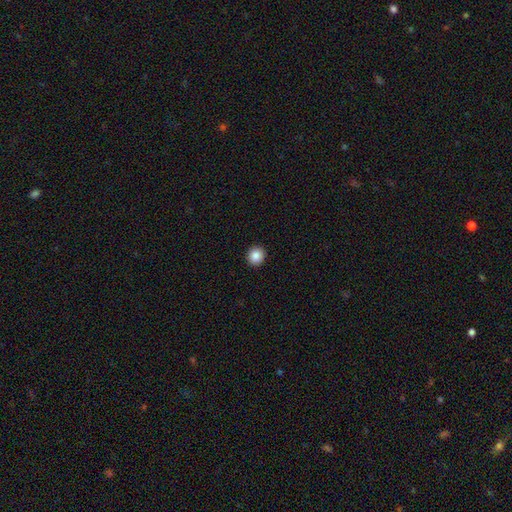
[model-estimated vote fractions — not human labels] Smooth or featured? smooth (87%)
How rounded? round (91%)
Merging? none (93%)